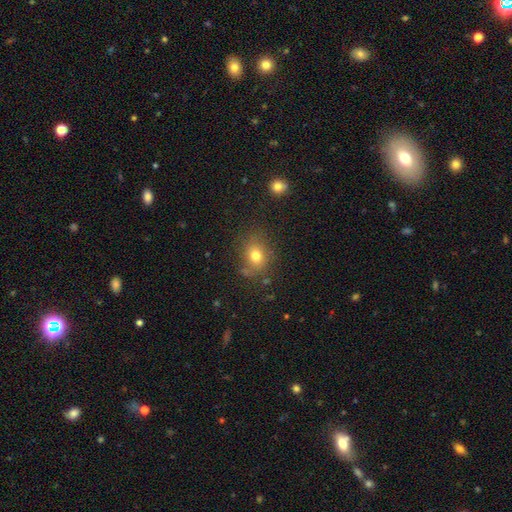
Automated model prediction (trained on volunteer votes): Smooth or featured?
  - smooth: 74% *
  - star or artifact: 15%
  - featured or disk: 11%
How rounded?
  - round: 55% *
  - in between: 43%
  - cigar-shaped: 1%
Merging?
  - none: 73% *
  - minor disturbance: 17%
  - major disturbance: 6%
  - merger: 4%